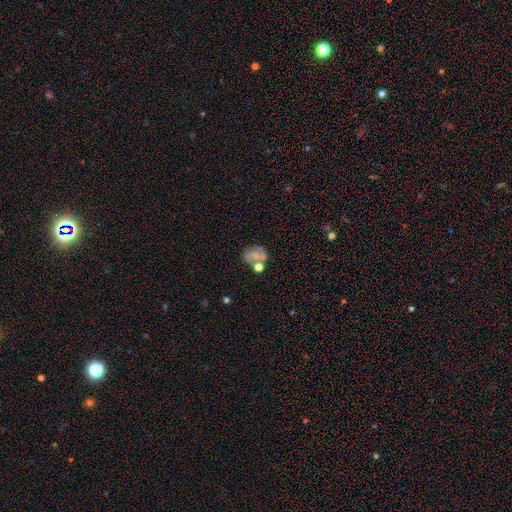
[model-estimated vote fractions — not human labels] smooth_or_featured: featured or disk (p=0.48) [alt: smooth p=0.38]
merging: none (p=0.42) [alt: merger p=0.24]